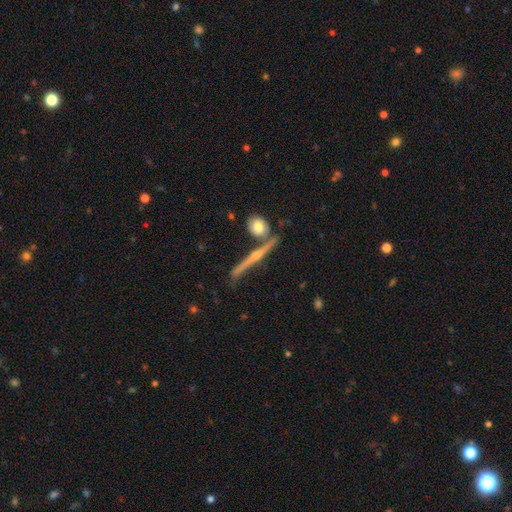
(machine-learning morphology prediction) Overall: featured or disk (78%). Edge-on disk: yes (96%). Edge-on bulge: rounded (86%). Merging: none (76%).